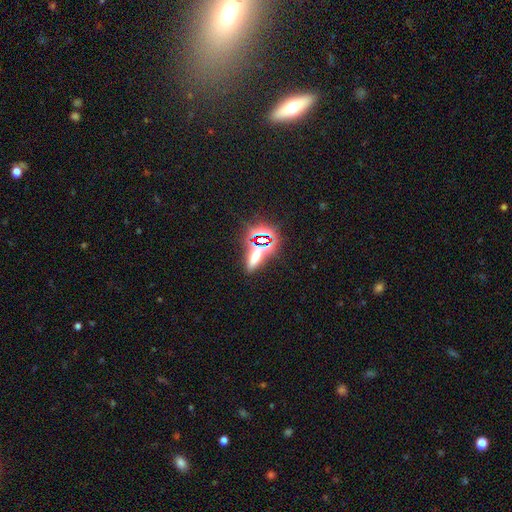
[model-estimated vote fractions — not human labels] Overall: star or artifact (41%; smooth 39%).